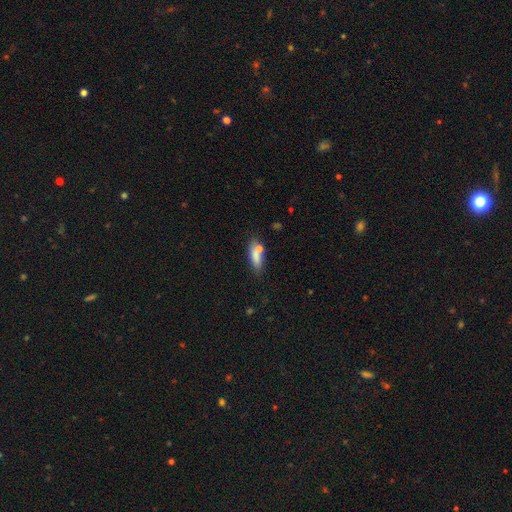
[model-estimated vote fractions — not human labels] The model was most divided on "how rounded": in between: 63%, cigar-shaped: 33%, round: 4%. More confident: smooth or featured — smooth (77%); merging — none (60%).